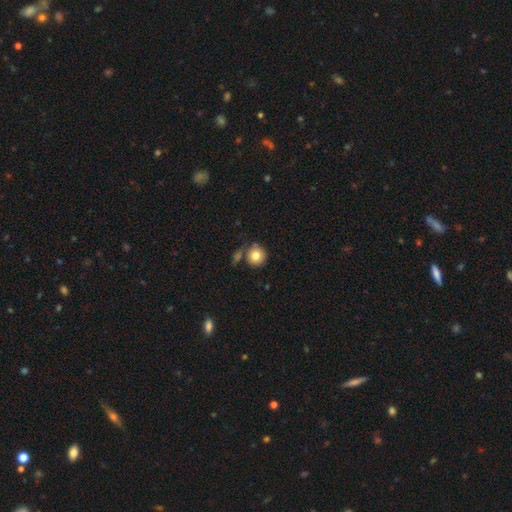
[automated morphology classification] Smooth or featured: smooth — 80% (featured or disk — 11%)
How rounded: round — 92% (in between — 7%)
Merging: none — 72% (merger — 12%)